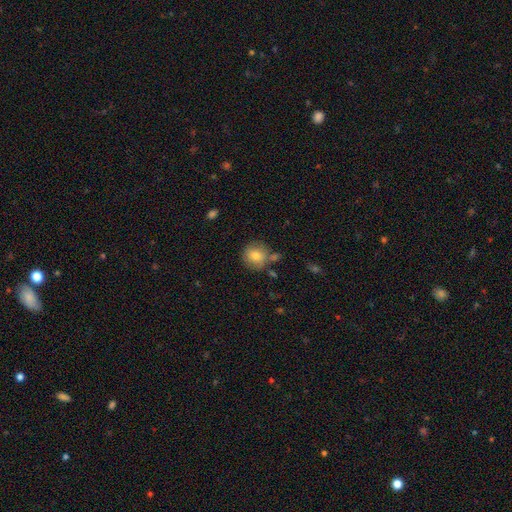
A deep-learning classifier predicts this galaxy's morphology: smooth_or_featured: smooth (p=0.77) [alt: featured or disk p=0.14]
how_rounded: round (p=0.91) [alt: in between p=0.08]
merging: none (p=0.70) [alt: minor disturbance p=0.15]